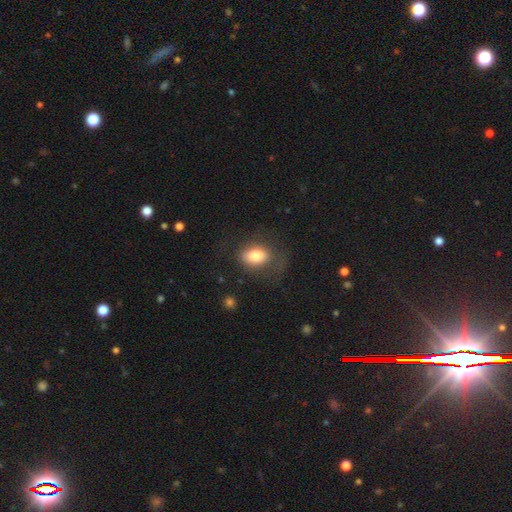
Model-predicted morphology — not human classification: Q: Smooth or featured?
A: smooth (78%); runner-up: featured or disk (14%)
Q: How rounded?
A: in between (76%); runner-up: round (22%)
Q: Merging?
A: none (59%); runner-up: minor disturbance (21%)